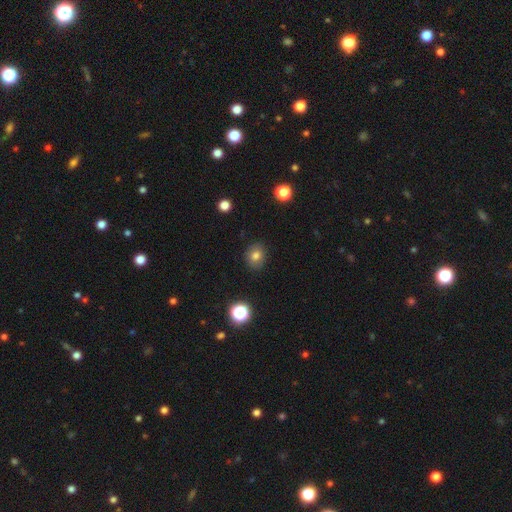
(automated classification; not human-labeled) Smooth or featured?
  - smooth: 78% *
  - star or artifact: 14%
  - featured or disk: 8%
How rounded?
  - round: 61% *
  - in between: 38%
  - cigar-shaped: 1%
Merging?
  - none: 86% *
  - minor disturbance: 10%
  - major disturbance: 2%
  - merger: 1%